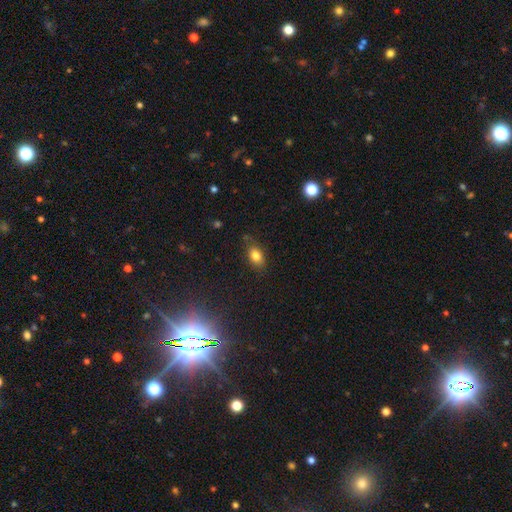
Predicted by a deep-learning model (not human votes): Smooth or featured? Predicted: smooth (p=0.80). How rounded? Predicted: in between (p=0.83). Merging? Predicted: none (p=0.76).